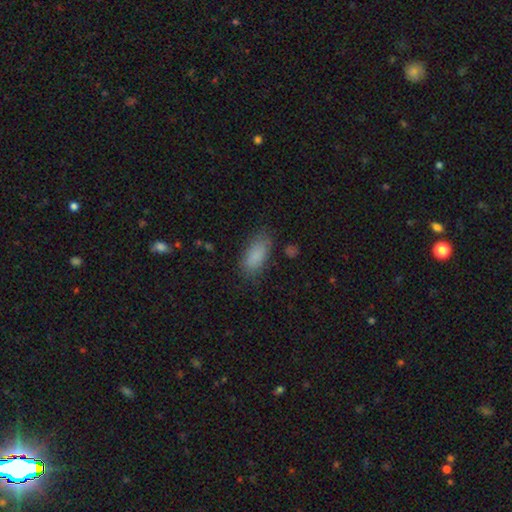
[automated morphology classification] Smooth or featured? smooth (86%)
How rounded? in between (86%)
Merging? none (75%)